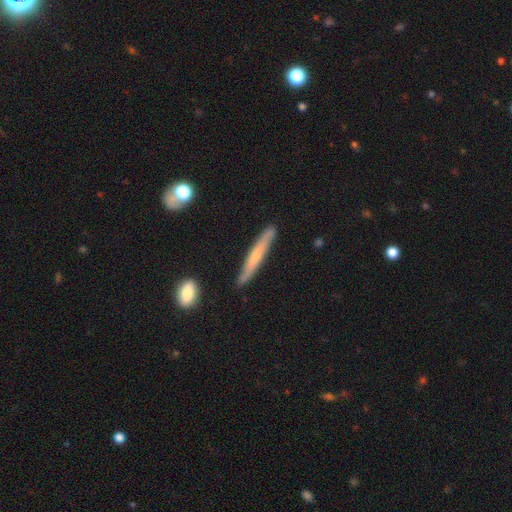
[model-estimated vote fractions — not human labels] Smooth or featured? Predicted: smooth (p=0.50). Merging? Predicted: none (p=0.85).